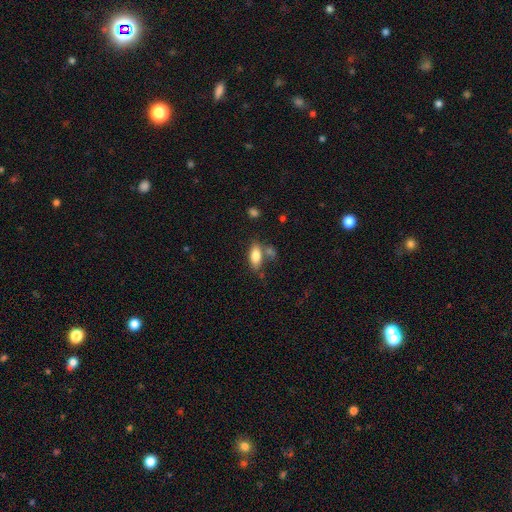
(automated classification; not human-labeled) smooth_or_featured: smooth (p=0.79) [alt: featured or disk p=0.13]
how_rounded: in between (p=0.83) [alt: cigar-shaped p=0.14]
merging: none (p=0.61) [alt: merger p=0.17]